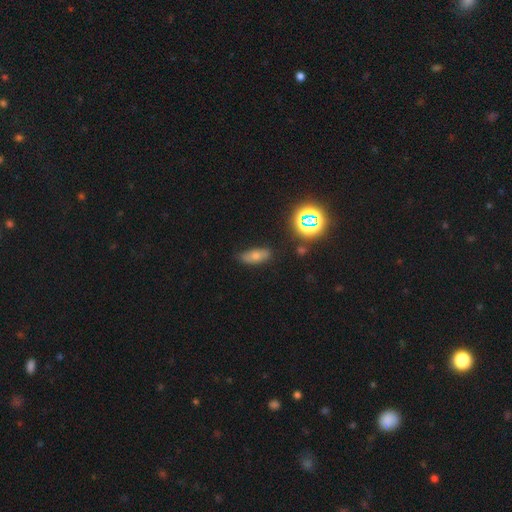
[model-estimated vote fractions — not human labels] The model was most divided on "smooth or featured": smooth: 46%, star or artifact: 33%, featured or disk: 21%. More confident: merging — none (80%).